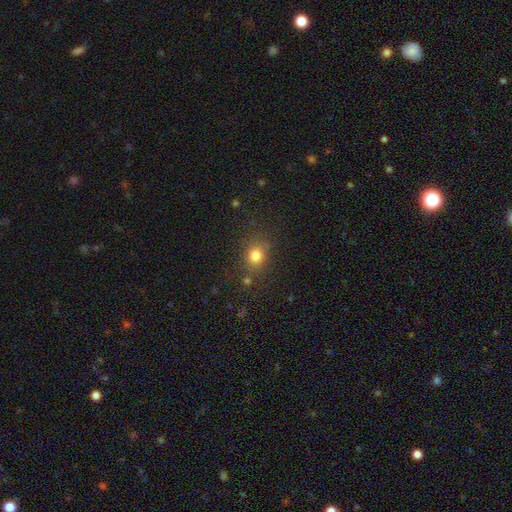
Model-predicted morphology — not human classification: This appears to be a smooth galaxy with no disk features (79%) that is round (69%). Merging: none (77%).